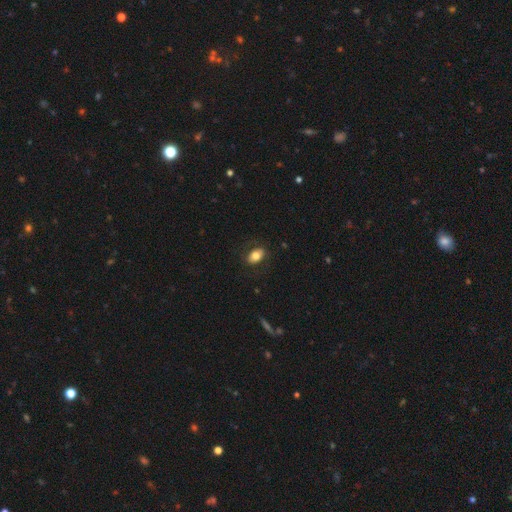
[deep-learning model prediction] This appears to be a smooth galaxy with no disk features (74%) that is in between round and cigar-shaped (86%). Merging: none (79%).